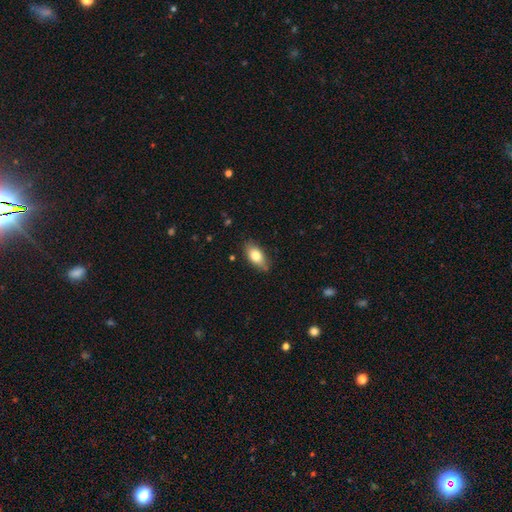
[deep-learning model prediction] smooth 77%, featured or disk 16%, star or artifact 7%. Down the decision tree: how rounded — in between (88%); merging — none (80%).